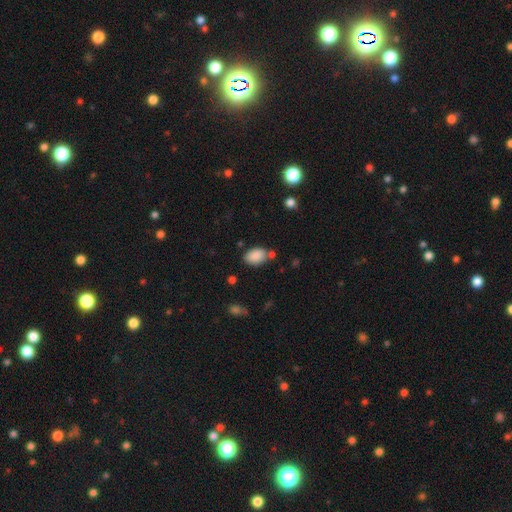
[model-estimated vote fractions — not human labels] Morphology: type=smooth (88%); roundness=in between (88%); merging=none (69%).